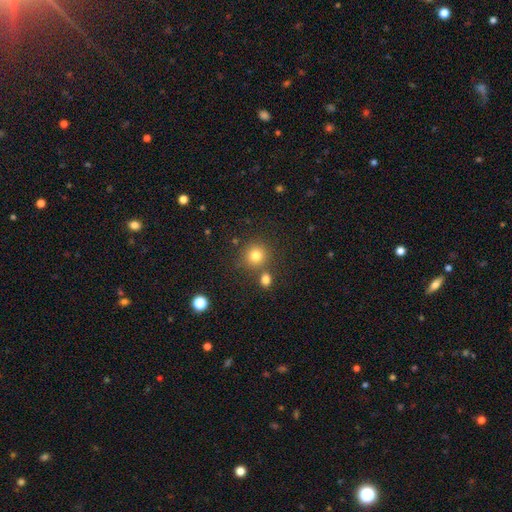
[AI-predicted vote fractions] Q: Smooth or featured?
A: smooth (79%); runner-up: star or artifact (14%)
Q: How rounded?
A: round (91%); runner-up: in between (8%)
Q: Merging?
A: none (76%); runner-up: merger (13%)